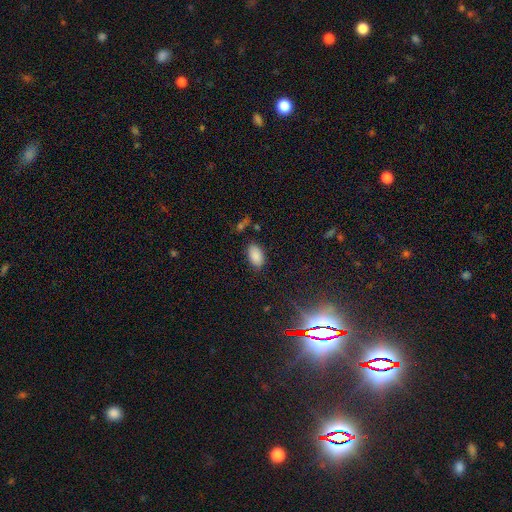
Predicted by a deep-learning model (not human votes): Smooth or featured: smooth — 86% (star or artifact — 9%)
How rounded: in between — 94% (round — 4%)
Merging: none — 83% (minor disturbance — 12%)